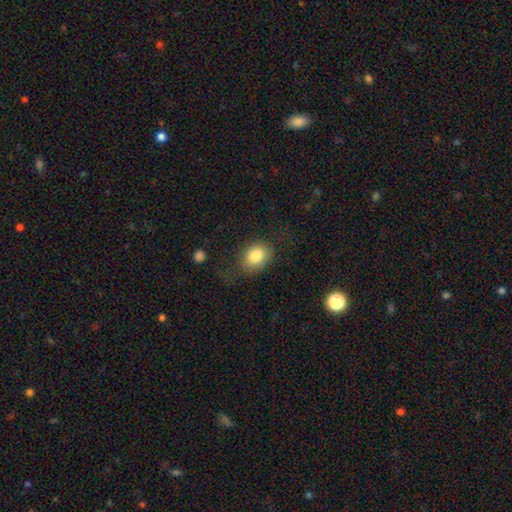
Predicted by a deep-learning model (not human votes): This appears to be a smooth galaxy with no disk features (83%) that is in between round and cigar-shaped (62%). Merging: none (65%).